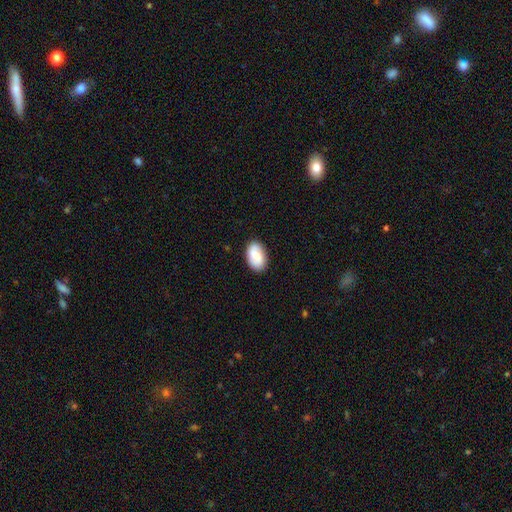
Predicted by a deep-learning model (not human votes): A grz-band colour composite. It shows a smooth galaxy with no disk features (67%) that is in between round and cigar-shaped (91%). Merging: none (86%).